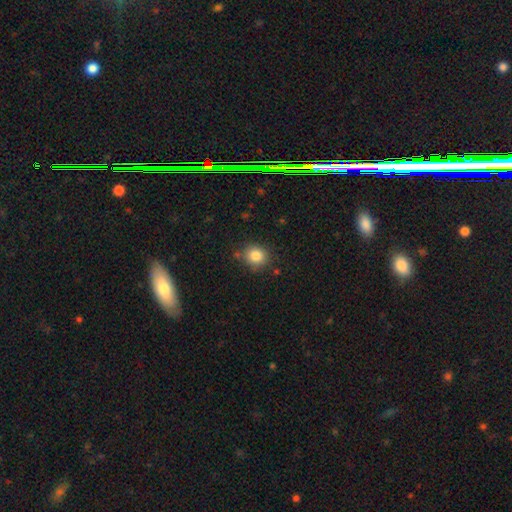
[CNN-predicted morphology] smooth_or_featured: smooth (p=0.84) [alt: star or artifact p=0.10]
how_rounded: round (p=0.77) [alt: in between p=0.22]
merging: none (p=0.82) [alt: minor disturbance p=0.12]